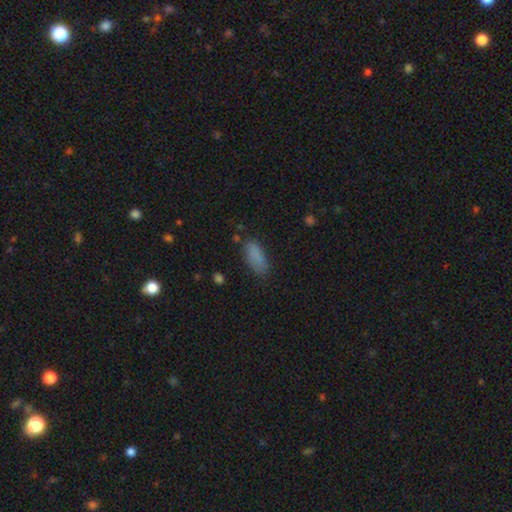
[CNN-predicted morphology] A smooth galaxy with no disk features (83%) that is in between round and cigar-shaped (80%).

Vote fractions:
- Smooth or featured? smooth: 83% / star or artifact: 10% / featured or disk: 7%
- How rounded? in between: 80% / cigar-shaped: 17% / round: 3%
- Merging? none: 71% / minor disturbance: 20% / major disturbance: 7% / merger: 3%